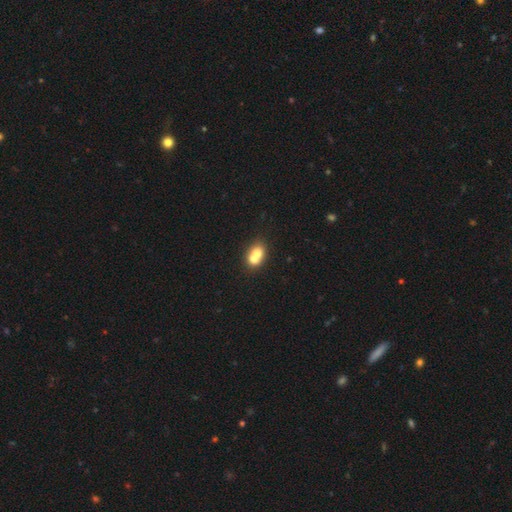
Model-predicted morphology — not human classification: A smooth galaxy with no disk features (68%) that is round (49%, tied with in between). Merging: merger (65%).